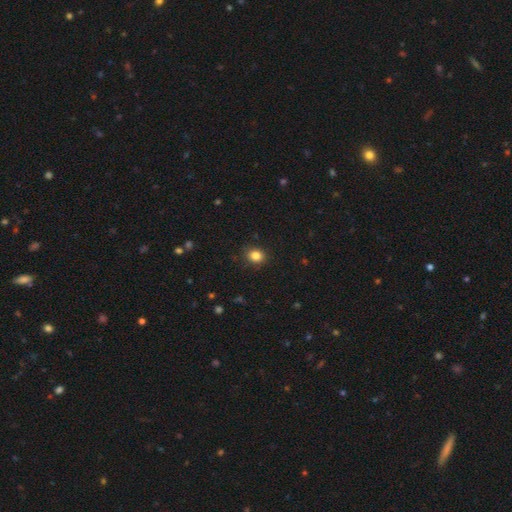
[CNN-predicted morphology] Smooth or featured? smooth (84%)
How rounded? round (66%)
Merging? none (88%)